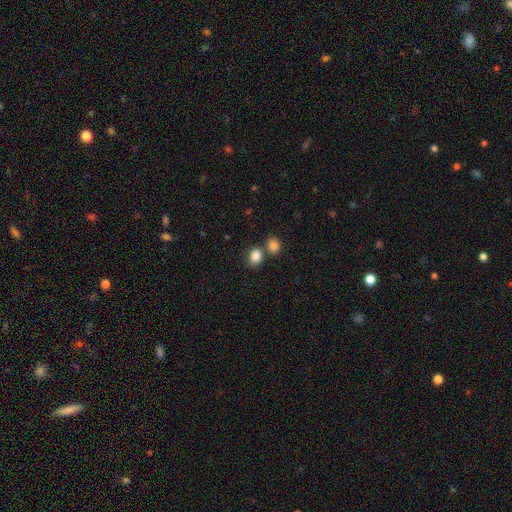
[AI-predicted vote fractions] This is clearly a smooth galaxy (85%). How rounded: possibly in between (56%). Merging: possibly none (58%).